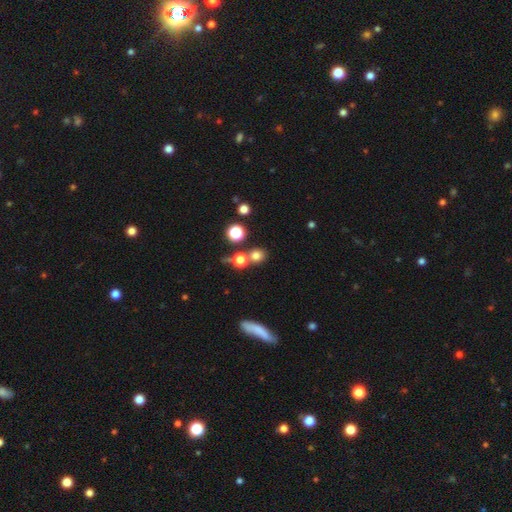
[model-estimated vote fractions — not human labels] smooth_or_featured: smooth (p=0.75) [alt: star or artifact p=0.17]
how_rounded: round (p=0.82) [alt: in between p=0.16]
merging: none (p=0.64) [alt: merger p=0.24]